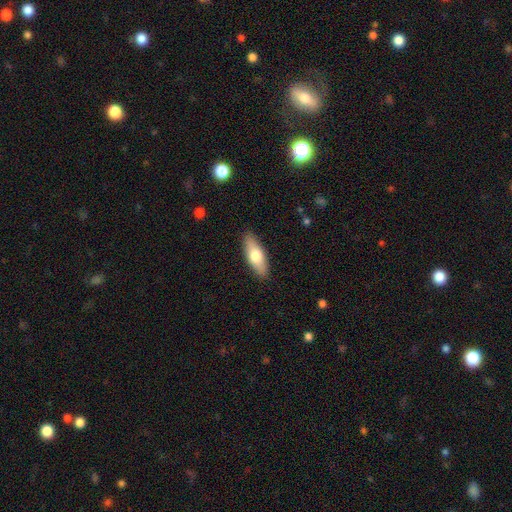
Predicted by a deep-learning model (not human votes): Smooth or featured? smooth (67%)
How rounded? in between (64%)
Merging? none (89%)